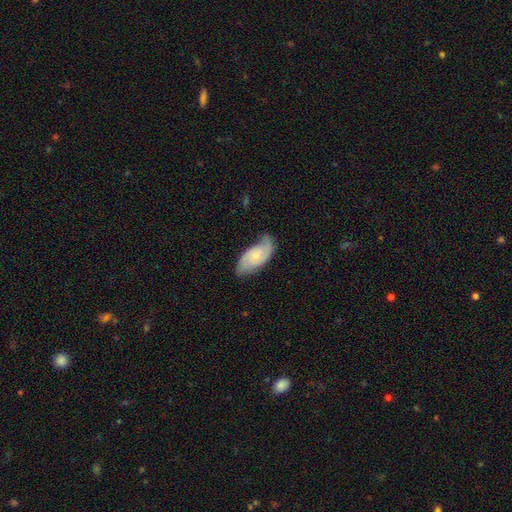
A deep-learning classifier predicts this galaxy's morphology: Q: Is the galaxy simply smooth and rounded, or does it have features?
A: featured or disk — 62%.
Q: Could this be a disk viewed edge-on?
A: no — 94%.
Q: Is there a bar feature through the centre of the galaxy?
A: no — 70%.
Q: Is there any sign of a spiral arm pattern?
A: yes — 90%.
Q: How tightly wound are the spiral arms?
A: medium — 43%.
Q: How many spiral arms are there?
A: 2 — 79%.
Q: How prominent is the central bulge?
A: small — 64%.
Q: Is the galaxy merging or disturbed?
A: none — 67%.